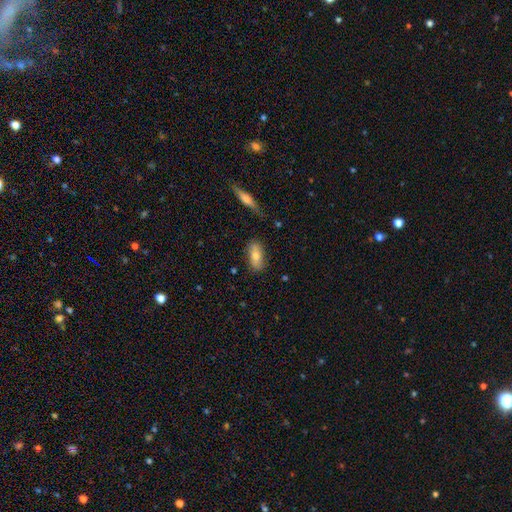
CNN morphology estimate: Smooth or featured? smooth (74%)
How rounded? in between (82%)
Merging? none (81%)